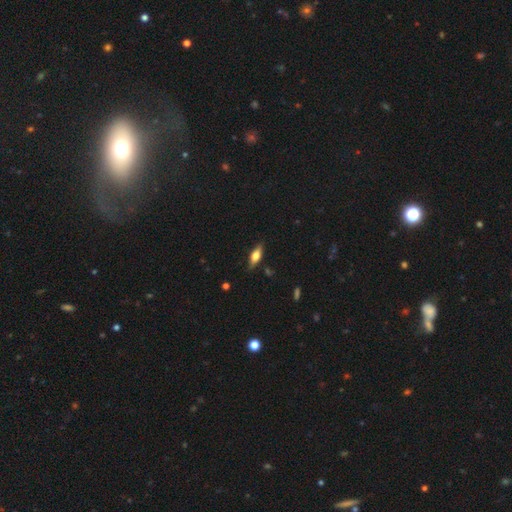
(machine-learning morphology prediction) smooth 55%, featured or disk 38%, star or artifact 7%. Down the decision tree: how rounded — in between (65%); merging — none (82%).